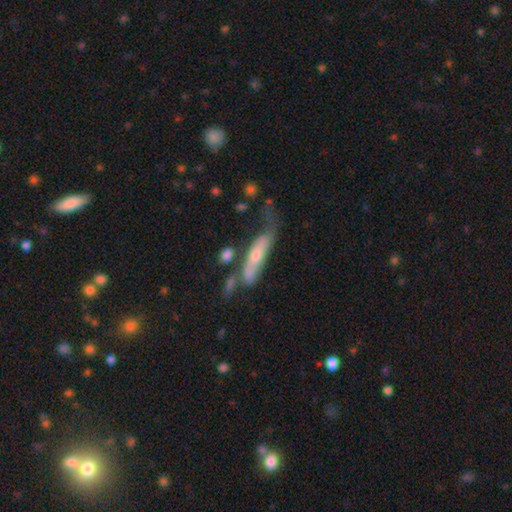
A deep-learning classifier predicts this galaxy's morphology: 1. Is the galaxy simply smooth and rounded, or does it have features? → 50% featured or disk, 43% smooth, 8% star or artifact.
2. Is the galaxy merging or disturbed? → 29% none, 25% major disturbance, 23% minor disturbance, 22% merger.